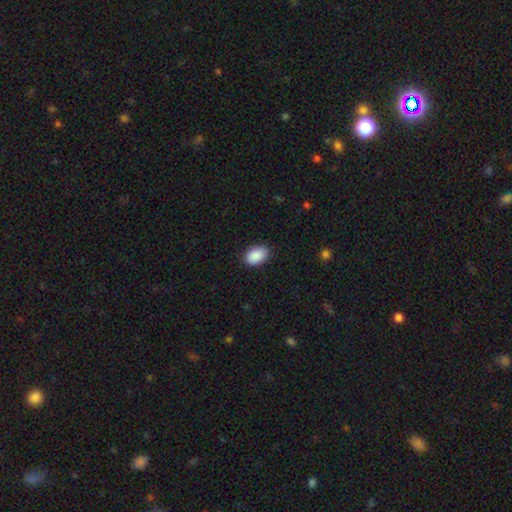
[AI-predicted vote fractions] A smooth galaxy with no disk features (91%) that is in between round and cigar-shaped (90%).

Vote fractions:
- Smooth or featured? smooth: 91% / star or artifact: 6% / featured or disk: 3%
- How rounded? in between: 90% / round: 8% / cigar-shaped: 1%
- Merging? none: 87% / minor disturbance: 10% / major disturbance: 2% / merger: 1%